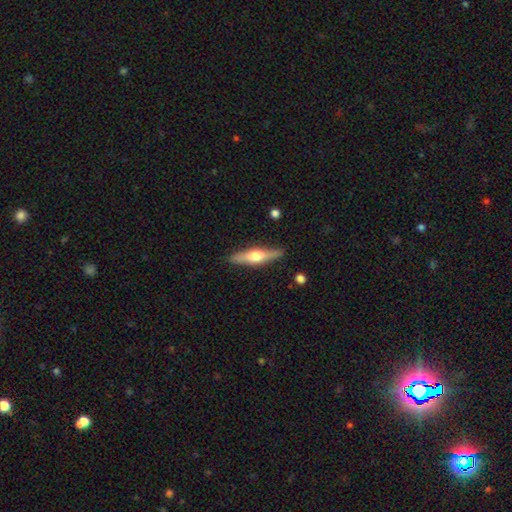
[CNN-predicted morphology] type=featured or disk (53%); edge-on=yes (92%); merging=none (87%).